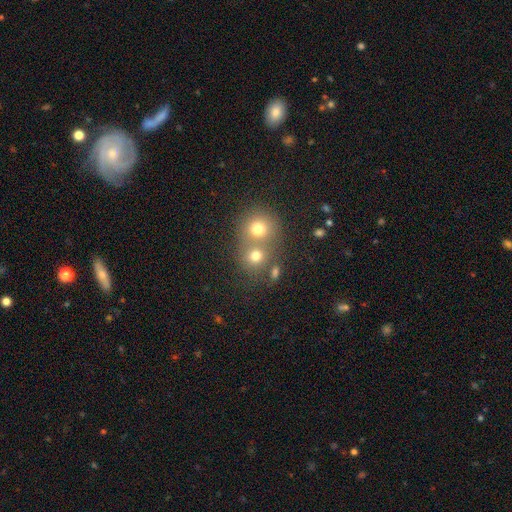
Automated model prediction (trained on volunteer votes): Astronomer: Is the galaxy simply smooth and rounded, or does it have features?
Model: smooth — 73%.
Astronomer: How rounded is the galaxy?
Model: round — 80%.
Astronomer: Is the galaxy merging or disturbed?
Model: merger — 48% (runner-up: none, 41%).